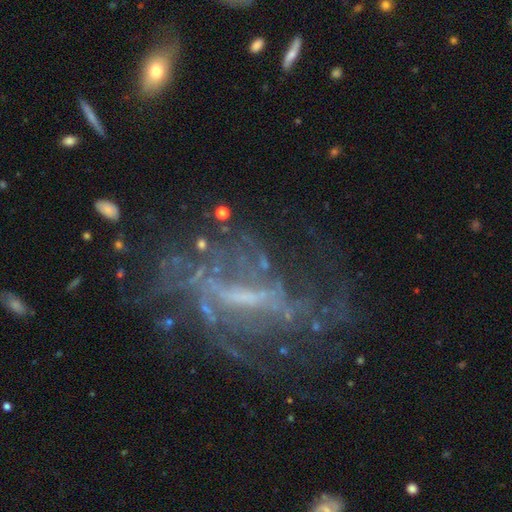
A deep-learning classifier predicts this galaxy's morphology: A featured or disk galaxy (78%) with a weak bar (40%), spiral arms (68%) and a small central bulge (38%). Merging: none (50%).